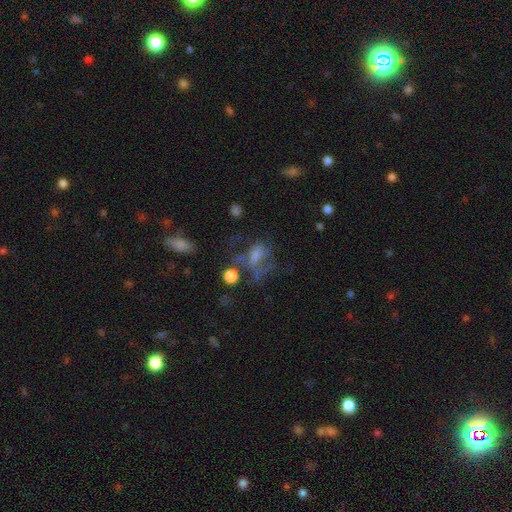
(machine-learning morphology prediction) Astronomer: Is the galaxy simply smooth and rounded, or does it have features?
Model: featured or disk — 46% (runner-up: smooth, 32%).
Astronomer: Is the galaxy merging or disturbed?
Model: major disturbance — 36% (runner-up: none, 35%).